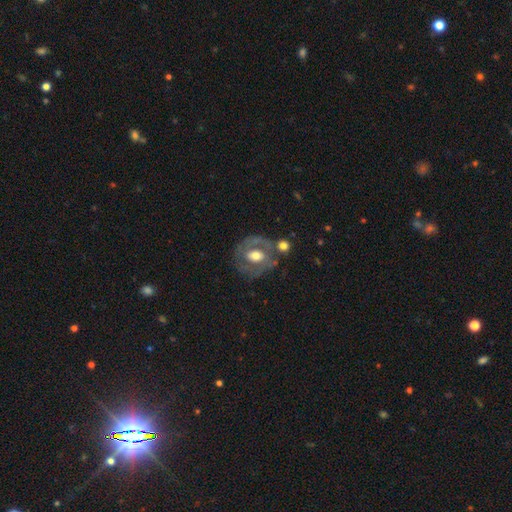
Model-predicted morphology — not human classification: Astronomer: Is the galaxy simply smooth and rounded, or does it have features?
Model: featured or disk — 61%.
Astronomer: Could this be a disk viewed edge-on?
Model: no — 95%.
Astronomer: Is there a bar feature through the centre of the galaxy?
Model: no — 58%.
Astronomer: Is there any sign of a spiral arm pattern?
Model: no — 57% (runner-up: yes, 43%).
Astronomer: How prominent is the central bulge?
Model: moderate — 66%.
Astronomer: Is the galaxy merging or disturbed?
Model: none — 57%.